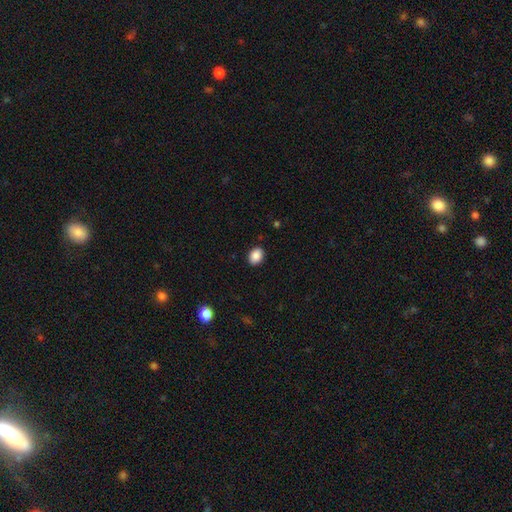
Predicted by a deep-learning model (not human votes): smooth_or_featured: smooth (p=0.89) [alt: star or artifact p=0.08]
how_rounded: in between (p=0.68) [alt: round p=0.31]
merging: none (p=0.89) [alt: minor disturbance p=0.08]